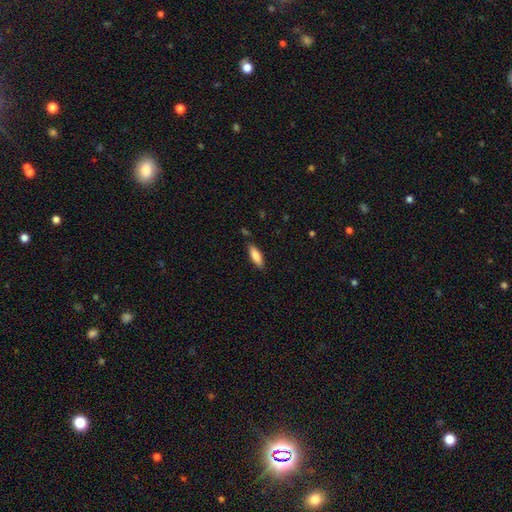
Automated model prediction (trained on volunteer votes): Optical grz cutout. It shows a smooth galaxy with no disk features (84%) that is in between round and cigar-shaped (61%). Merging: none (82%).